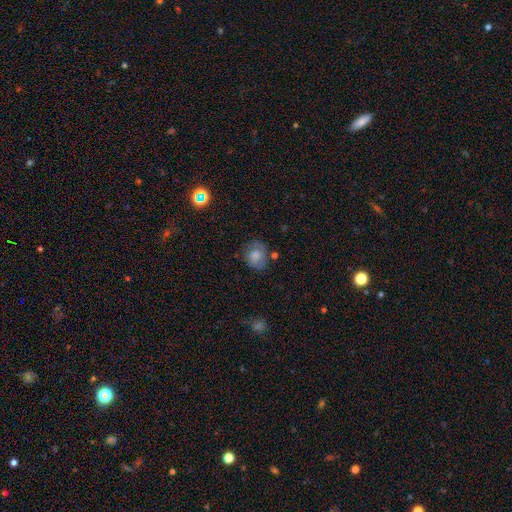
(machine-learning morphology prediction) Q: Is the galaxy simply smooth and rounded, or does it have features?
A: smooth — 68%.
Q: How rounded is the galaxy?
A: round — 67%.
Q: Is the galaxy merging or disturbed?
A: none — 65%.